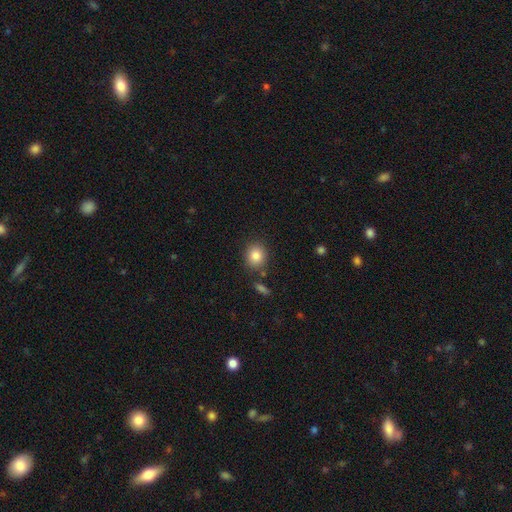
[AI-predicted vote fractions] Q: Smooth or featured?
A: smooth (85%); runner-up: star or artifact (9%)
Q: How rounded?
A: round (75%); runner-up: in between (24%)
Q: Merging?
A: none (82%); runner-up: minor disturbance (10%)